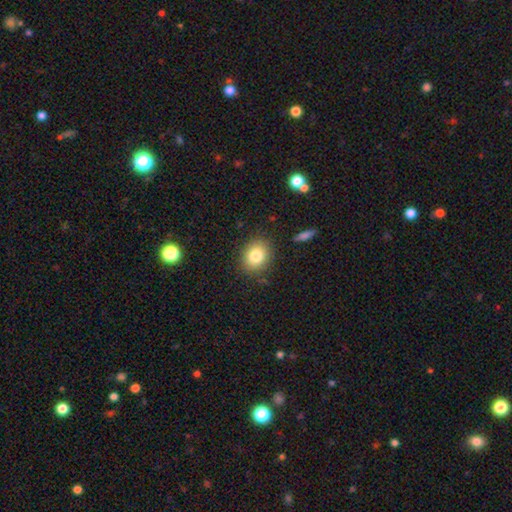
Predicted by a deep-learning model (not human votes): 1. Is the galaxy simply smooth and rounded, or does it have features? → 81% smooth, 10% star or artifact, 9% featured or disk.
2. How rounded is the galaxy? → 61% round, 38% in between, 1% cigar-shaped.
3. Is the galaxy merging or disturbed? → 86% none, 10% minor disturbance, 3% major disturbance, 2% merger.